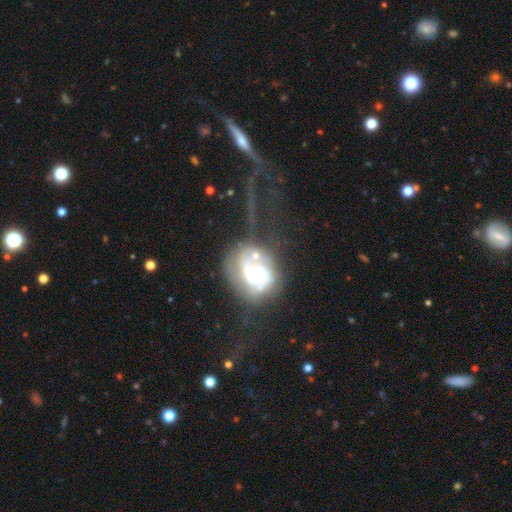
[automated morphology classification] smooth_or_featured: featured or disk (p=0.70) [alt: smooth p=0.20]
disk_edge_on: no (p=0.97) [alt: yes p=0.03]
bar: no (p=0.56) [alt: weak p=0.30]
has_spiral_arms: yes (p=0.73) [alt: no p=0.27]
bulge_size: moderate (p=0.40) [tied with: large p=0.40]
merging: major disturbance (p=0.37) [alt: none p=0.27]